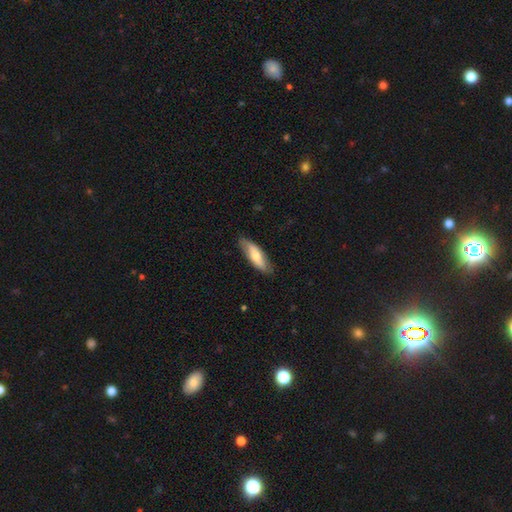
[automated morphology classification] smooth-or-featured: smooth: 60% | featured or disk: 35% | star or artifact: 5%
  how-rounded: in between: 56% | cigar-shaped: 41% | round: 2%
  merging: none: 82% | minor disturbance: 14% | major disturbance: 3% | merger: 1%